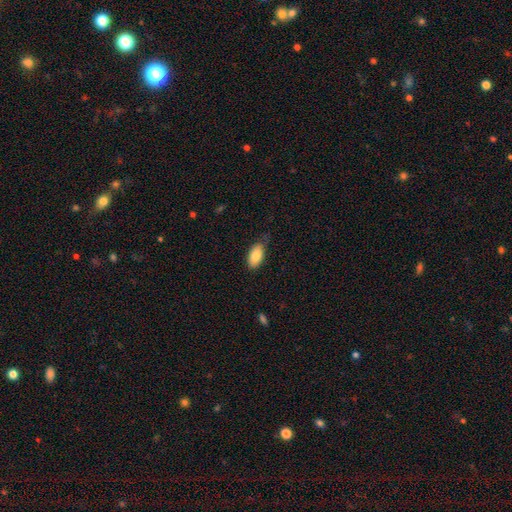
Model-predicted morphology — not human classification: This is clearly a smooth galaxy (82%). How rounded: clearly in between (93%). Merging: likely none (68%).